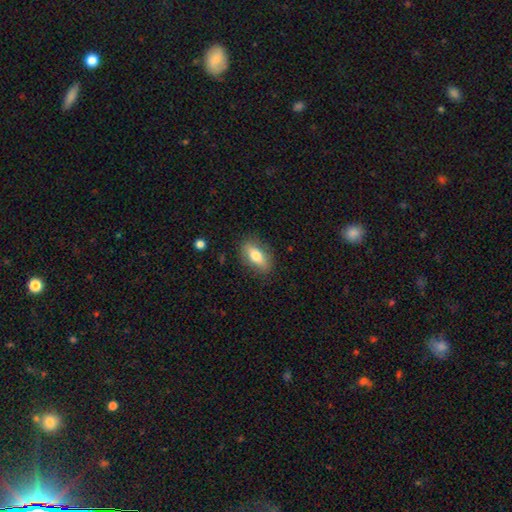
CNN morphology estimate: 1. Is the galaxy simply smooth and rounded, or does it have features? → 70% smooth, 23% featured or disk, 7% star or artifact.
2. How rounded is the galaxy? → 80% in between, 14% cigar-shaped, 6% round.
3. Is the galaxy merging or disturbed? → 83% none, 13% minor disturbance, 3% major disturbance, 1% merger.